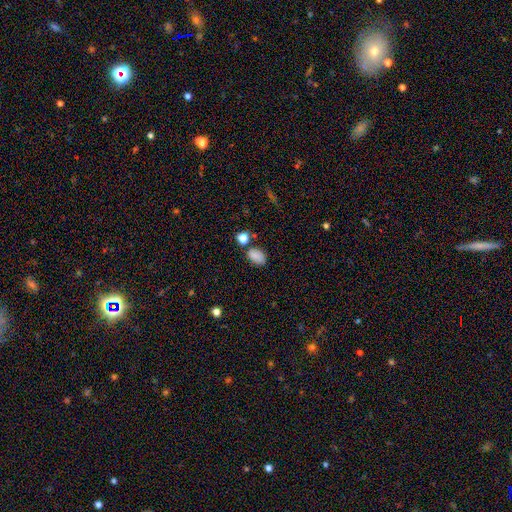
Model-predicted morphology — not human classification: Smooth or featured: smooth — 84% (star or artifact — 11%)
How rounded: in between — 87% (round — 12%)
Merging: none — 70% (minor disturbance — 16%)